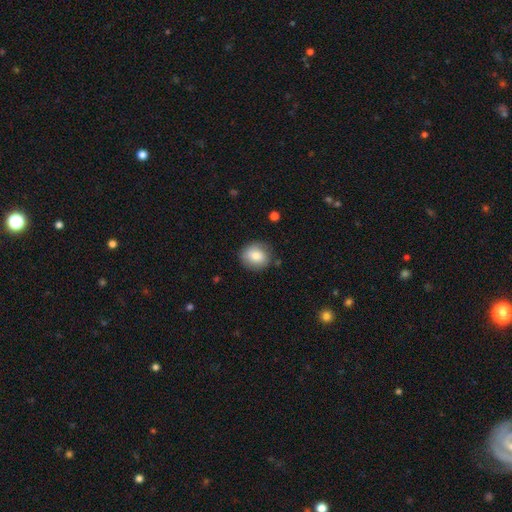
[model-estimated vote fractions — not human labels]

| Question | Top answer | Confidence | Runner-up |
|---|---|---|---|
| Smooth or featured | smooth | 79% | featured or disk (13%) |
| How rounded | round | 78% | in between (21%) |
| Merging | none | 81% | minor disturbance (13%) |